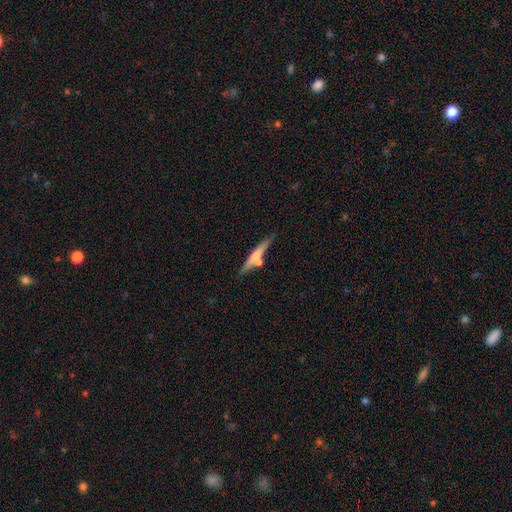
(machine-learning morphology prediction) Smooth or featured?
  - smooth: 48% *
  - featured or disk: 46%
  - star or artifact: 6%
Merging?
  - none: 67% *
  - merger: 18%
  - minor disturbance: 12%
  - major disturbance: 3%